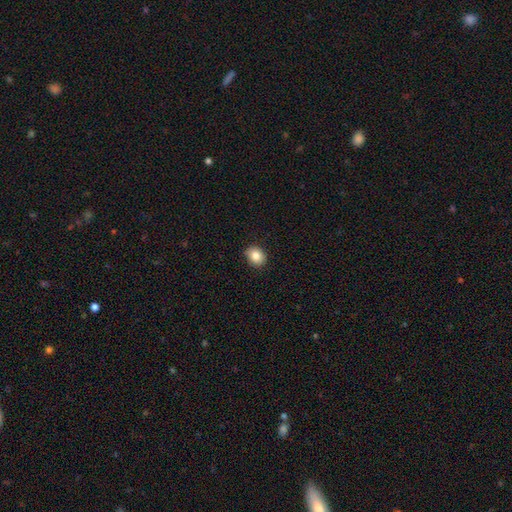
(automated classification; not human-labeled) Smooth or featured?
  - smooth: 85% *
  - star or artifact: 9%
  - featured or disk: 6%
How rounded?
  - round: 56% *
  - in between: 44%
  - cigar-shaped: 1%
Merging?
  - none: 85% *
  - minor disturbance: 11%
  - major disturbance: 2%
  - merger: 1%